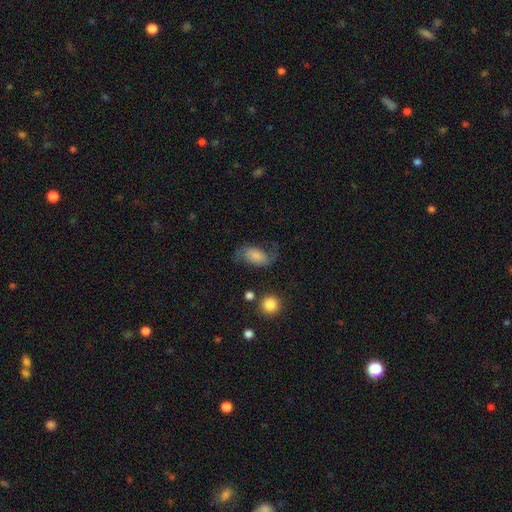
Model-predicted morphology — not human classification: This is possibly a smooth galaxy (51%). How rounded: clearly in between (89%). Merging: possibly none (53%).